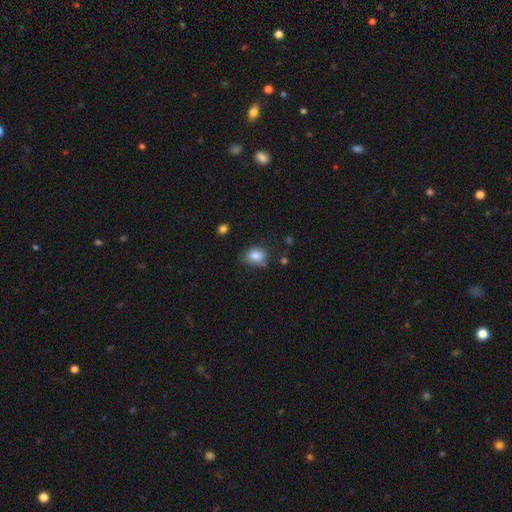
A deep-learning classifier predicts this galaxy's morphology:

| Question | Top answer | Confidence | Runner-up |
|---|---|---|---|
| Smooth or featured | smooth | 82% | star or artifact (10%) |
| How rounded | in between | 57% | round (42%) |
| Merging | none | 57% | minor disturbance (31%) |